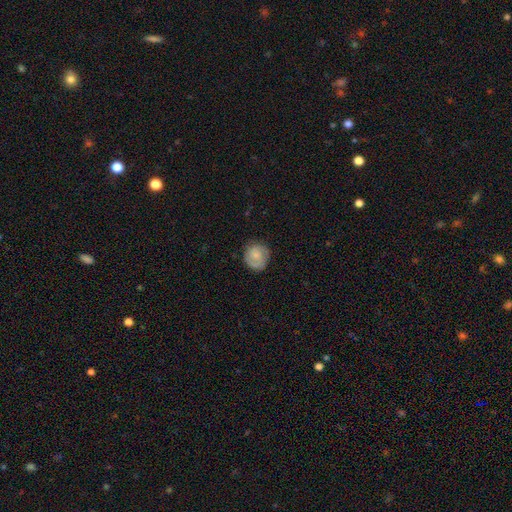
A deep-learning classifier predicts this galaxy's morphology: A smooth galaxy with no disk features (57%) that is round (85%).

Vote fractions:
- Smooth or featured? smooth: 57% / featured or disk: 36% / star or artifact: 7%
- How rounded? round: 85% / in between: 14% / cigar-shaped: 1%
- Merging? none: 76% / minor disturbance: 18% / major disturbance: 5% / merger: 1%